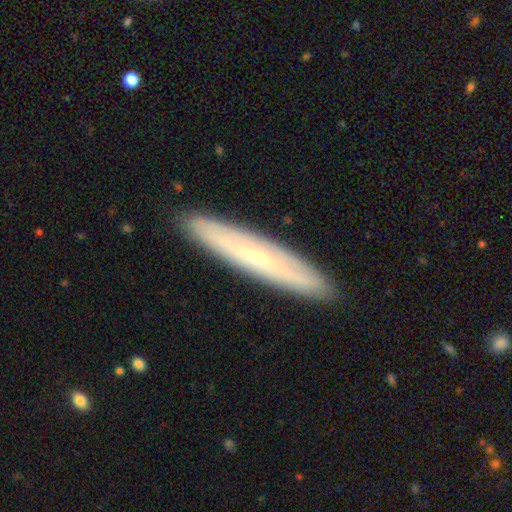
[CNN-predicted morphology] Smooth or featured? featured or disk (50%)
Merging? none (91%)